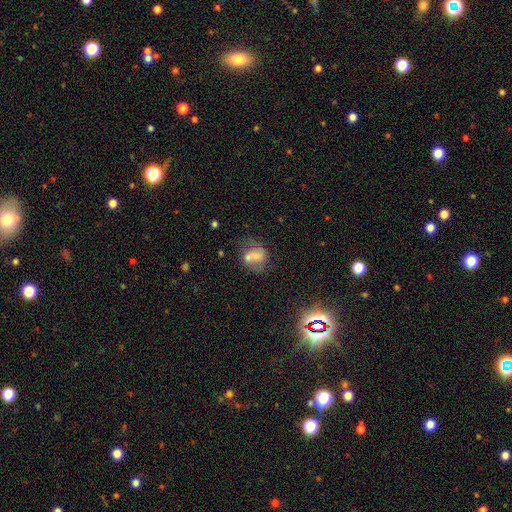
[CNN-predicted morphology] Overall: smooth (47%; featured or disk 41%). Merging: none (38%; merger 27%).